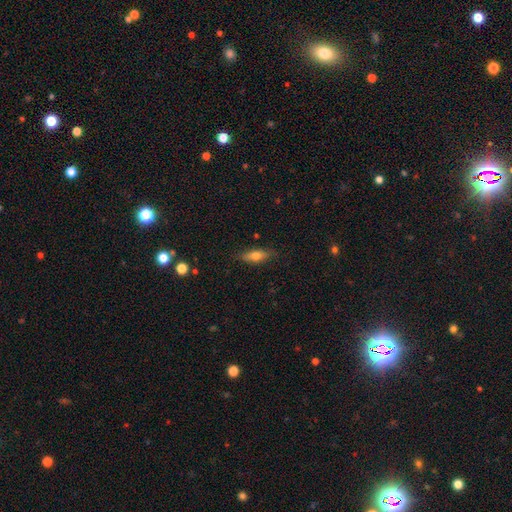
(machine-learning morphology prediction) This is likely a smooth galaxy (65%). How rounded: likely in between (60%). Merging: clearly none (82%).